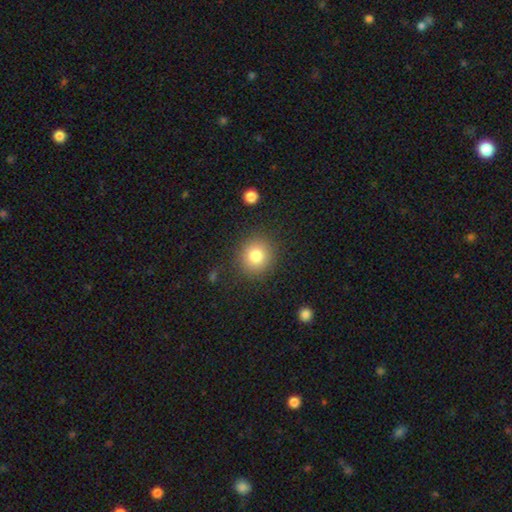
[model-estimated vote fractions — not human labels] Smooth or featured?
  - smooth: 81% *
  - star or artifact: 11%
  - featured or disk: 8%
How rounded?
  - round: 89% *
  - in between: 10%
  - cigar-shaped: 1%
Merging?
  - none: 87% *
  - minor disturbance: 8%
  - major disturbance: 3%
  - merger: 2%